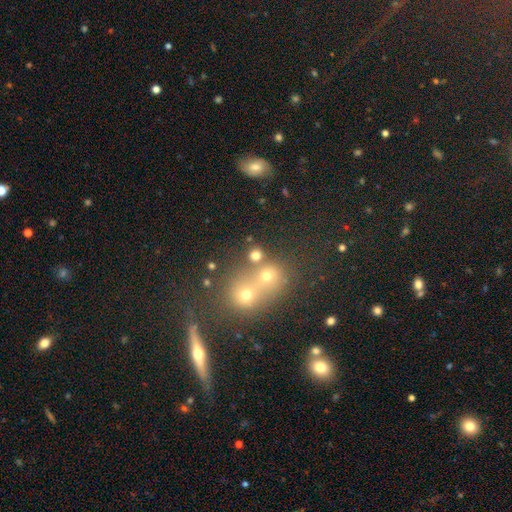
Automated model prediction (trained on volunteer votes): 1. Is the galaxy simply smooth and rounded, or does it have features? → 68% smooth, 21% star or artifact, 11% featured or disk.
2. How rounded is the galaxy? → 82% round, 17% in between, 1% cigar-shaped.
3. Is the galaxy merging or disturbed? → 52% none, 37% merger, 6% minor disturbance, 4% major disturbance.